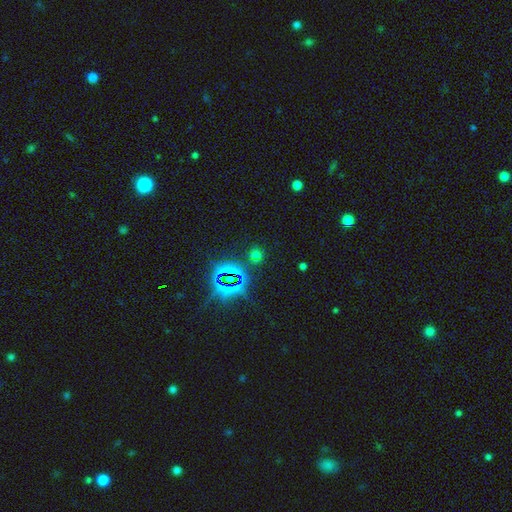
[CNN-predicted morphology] Smooth or featured?
  - smooth: 47% *
  - star or artifact: 46%
  - featured or disk: 7%
Merging?
  - none: 81% *
  - minor disturbance: 9%
  - merger: 6%
  - major disturbance: 4%